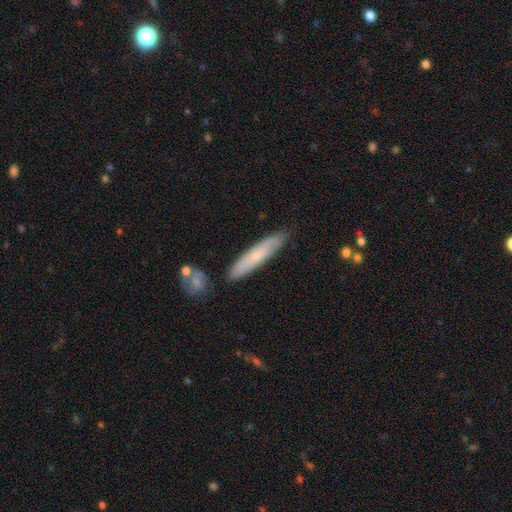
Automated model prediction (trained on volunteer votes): Smooth or featured: smooth — 59% (featured or disk — 34%)
How rounded: cigar-shaped — 89% (in between — 10%)
Merging: none — 83% (minor disturbance — 12%)